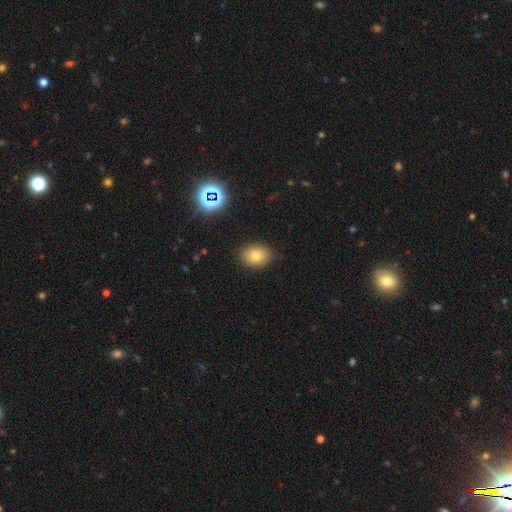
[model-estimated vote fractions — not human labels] smooth-or-featured: smooth: 77% | star or artifact: 13% | featured or disk: 10%
  how-rounded: in between: 62% | round: 37% | cigar-shaped: 1%
  merging: none: 87% | minor disturbance: 10% | major disturbance: 3% | merger: 1%